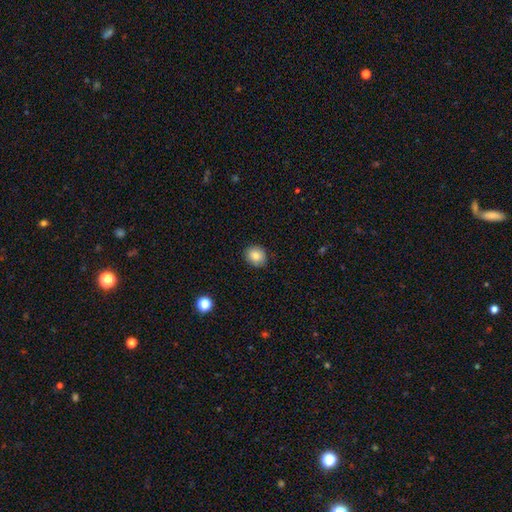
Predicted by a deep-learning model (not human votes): smooth 85%, star or artifact 9%, featured or disk 7%. Down the decision tree: how rounded — round (73%); merging — none (88%).